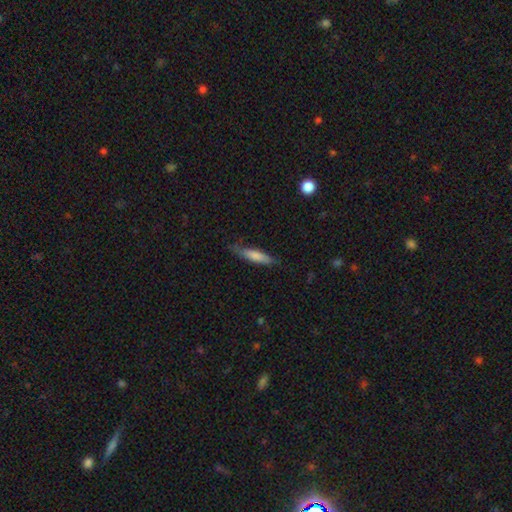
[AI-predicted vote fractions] Overall: smooth (73%). How rounded: cigar-shaped (75%). Merging: none (69%).